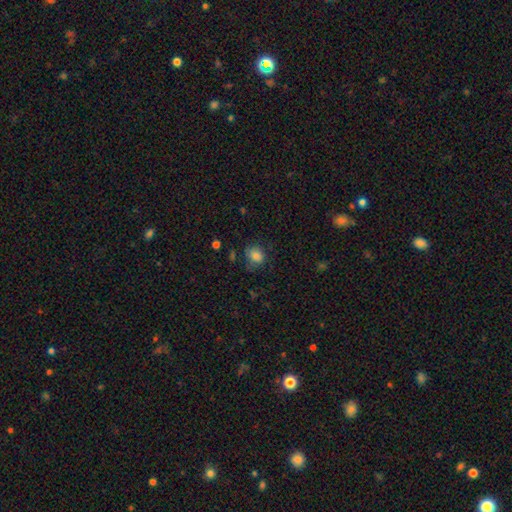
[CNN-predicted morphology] This appears to be a smooth galaxy with no disk features (79%) that is round (66%). Merging: none (57%).